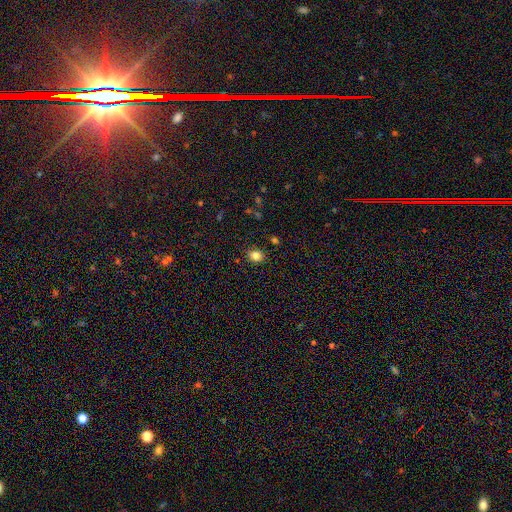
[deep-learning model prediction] smooth_or_featured: smooth (p=0.82) [alt: star or artifact p=0.12]
how_rounded: round (p=0.58) [alt: in between p=0.41]
merging: none (p=0.88) [alt: minor disturbance p=0.08]